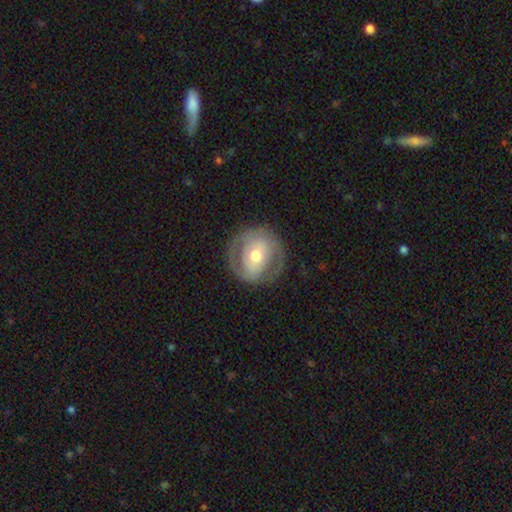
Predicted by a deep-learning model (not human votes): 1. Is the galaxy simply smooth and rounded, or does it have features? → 63% featured or disk, 31% smooth, 6% star or artifact.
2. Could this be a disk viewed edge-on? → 96% no, 4% yes.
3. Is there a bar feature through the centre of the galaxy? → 50% no, 31% weak, 19% strong.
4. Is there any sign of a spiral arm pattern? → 60% yes, 40% no.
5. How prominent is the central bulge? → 72% moderate, 18% small, 8% large, 1% dominant, 1% none.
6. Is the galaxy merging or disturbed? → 77% none, 14% minor disturbance, 8% major disturbance, 1% merger.